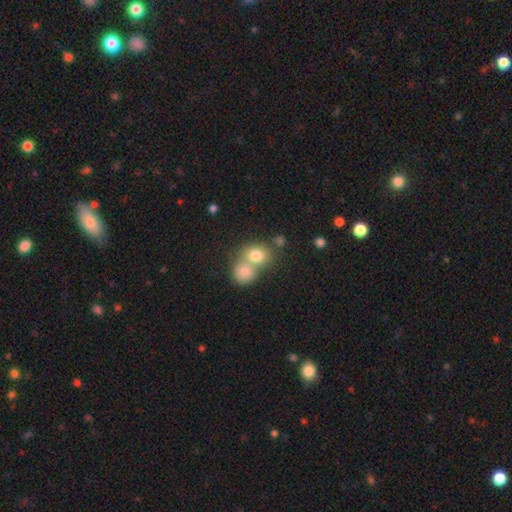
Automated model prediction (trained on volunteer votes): Morphology: type=smooth (77%); roundness=round (69%); merging=merger (58%).